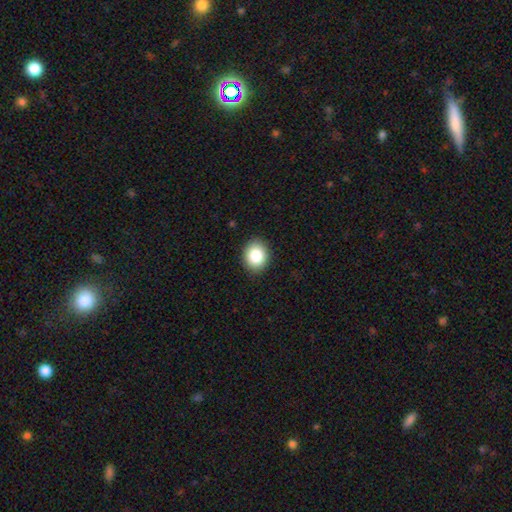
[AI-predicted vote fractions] Smooth or featured? smooth (85%)
How rounded? round (55%)
Merging? none (90%)